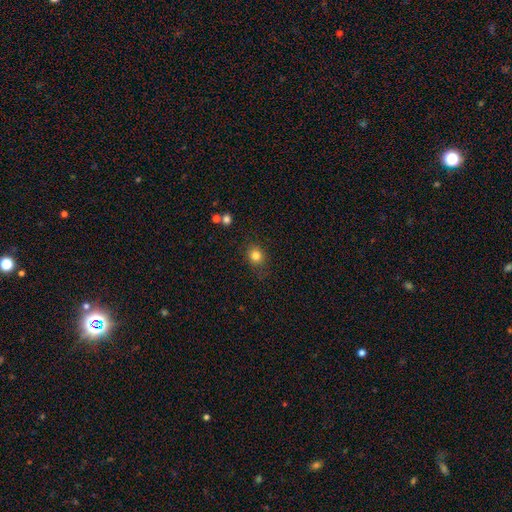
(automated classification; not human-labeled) Q: Smooth or featured?
A: smooth (82%); runner-up: star or artifact (11%)
Q: How rounded?
A: round (66%); runner-up: in between (33%)
Q: Merging?
A: none (79%); runner-up: minor disturbance (15%)